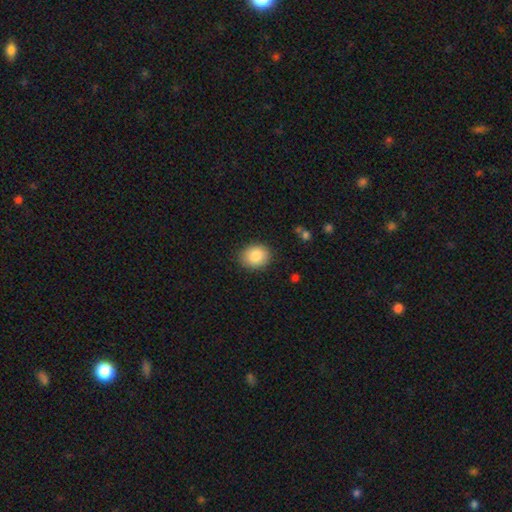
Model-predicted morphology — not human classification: A smooth galaxy with no disk features (86%) that is round (57%).

Vote fractions:
- Smooth or featured? smooth: 86% / star or artifact: 8% / featured or disk: 6%
- How rounded? round: 57% / in between: 42% / cigar-shaped: 1%
- Merging? none: 86% / minor disturbance: 10% / major disturbance: 2% / merger: 1%